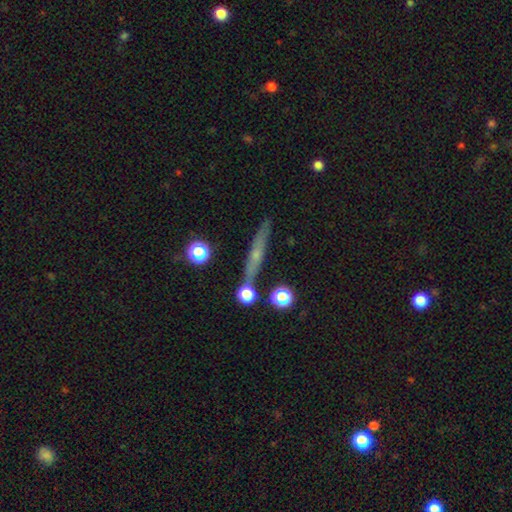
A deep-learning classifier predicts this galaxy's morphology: A featured or disk galaxy (55%) viewed edge-on (93%) with a rounded central bulge (60%).

Vote fractions:
- Smooth or featured? featured or disk: 55% / smooth: 35% / star or artifact: 10%
- Edge-on disk? yes: 93% / no: 7%
- Edge-on bulge? rounded: 60% / none: 35% / boxy: 4%
- Merging? none: 81% / minor disturbance: 10% / merger: 6% / major disturbance: 3%